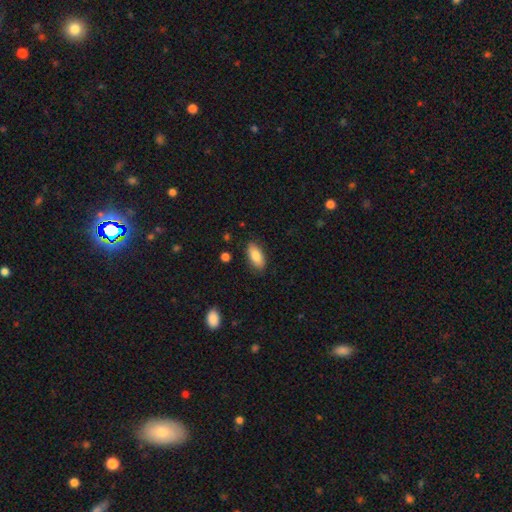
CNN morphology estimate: smooth 84%, featured or disk 9%, star or artifact 7%. Down the decision tree: how rounded — in between (88%); merging — none (85%).